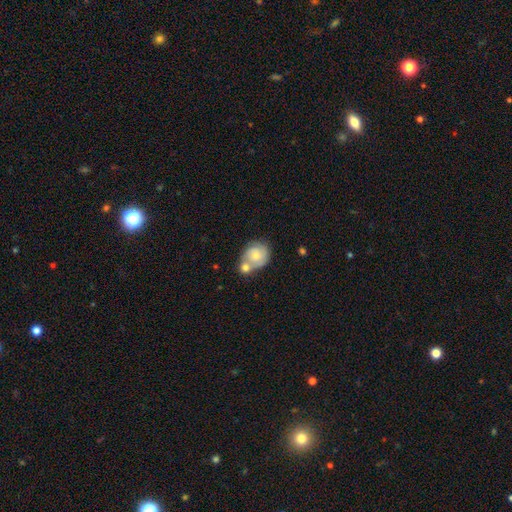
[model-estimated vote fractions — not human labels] Smooth or featured? Predicted: smooth (p=0.63). How rounded? Predicted: round (p=0.67). Merging? Predicted: merger (p=0.47).